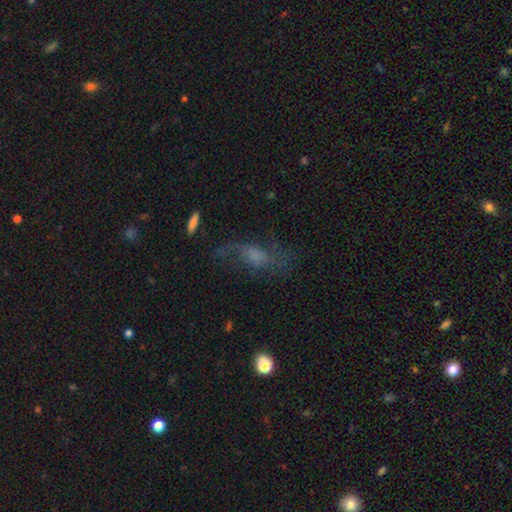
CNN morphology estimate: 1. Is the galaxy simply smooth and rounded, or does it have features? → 46% featured or disk, 38% smooth, 16% star or artifact.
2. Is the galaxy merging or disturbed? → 47% none, 29% major disturbance, 21% minor disturbance, 3% merger.